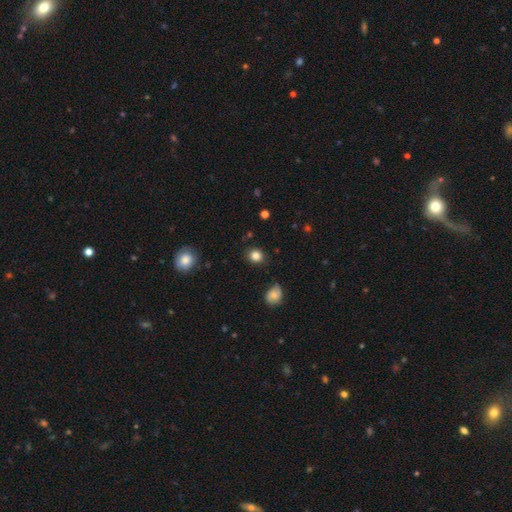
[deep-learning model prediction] Smooth or featured?
  - smooth: 83% *
  - star or artifact: 11%
  - featured or disk: 6%
How rounded?
  - round: 77% *
  - in between: 22%
  - cigar-shaped: 1%
Merging?
  - none: 85% *
  - minor disturbance: 11%
  - major disturbance: 3%
  - merger: 2%